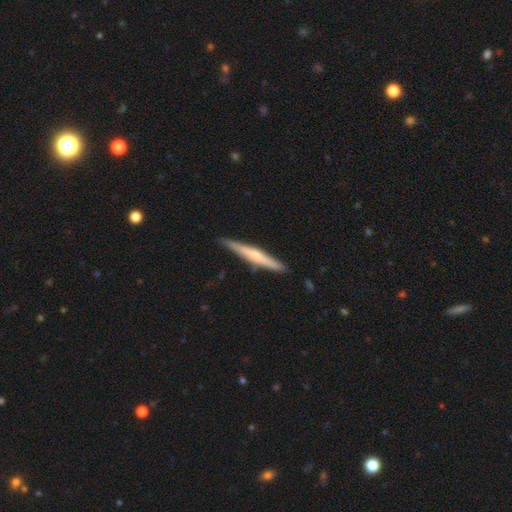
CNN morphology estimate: Smooth or featured?
  - featured or disk: 54% *
  - smooth: 41%
  - star or artifact: 5%
Edge-on disk?
  - yes: 97% *
  - no: 3%
Edge-on bulge?
  - rounded: 54% *
  - none: 33%
  - boxy: 13%
Merging?
  - none: 89% *
  - minor disturbance: 8%
  - major disturbance: 1%
  - merger: 1%